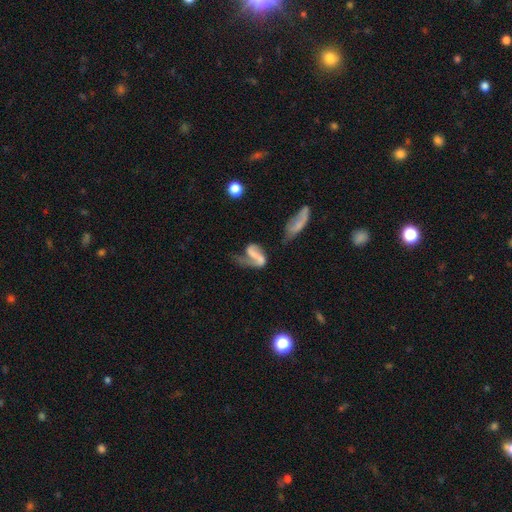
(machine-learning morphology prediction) Overall: featured or disk (72%). Edge-on disk: no (96%). Bar: strong (44%; weak 30%). Spiral arms: yes (84%). Spiral arm count: 2 (68%). Spiral winding: loose (65%; medium 26%). Bulge size: none (66%). Merging: none (35%; major disturbance 31%).